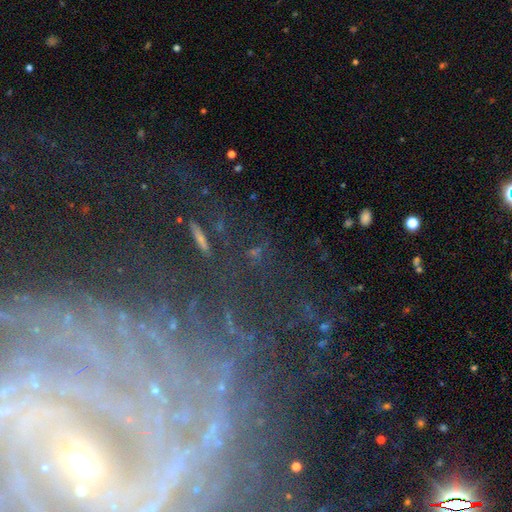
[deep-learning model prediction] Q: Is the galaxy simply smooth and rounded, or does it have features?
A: featured or disk — 51%.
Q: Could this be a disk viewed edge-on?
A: no — 86%.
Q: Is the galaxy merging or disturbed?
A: none — 68%.